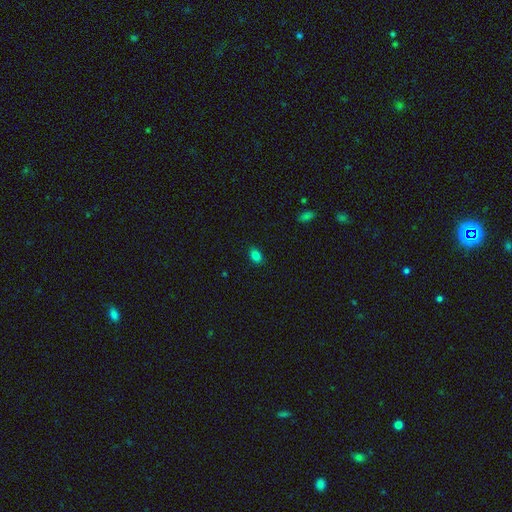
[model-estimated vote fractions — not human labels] Smooth or featured?
  - smooth: 83% *
  - star or artifact: 12%
  - featured or disk: 5%
How rounded?
  - in between: 78% *
  - round: 21%
  - cigar-shaped: 1%
Merging?
  - none: 87% *
  - minor disturbance: 10%
  - major disturbance: 2%
  - merger: 1%